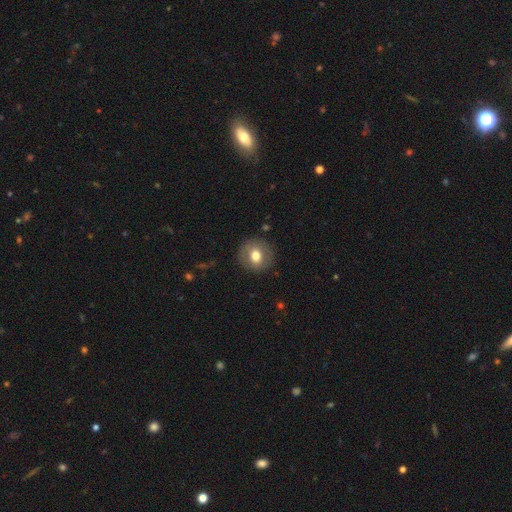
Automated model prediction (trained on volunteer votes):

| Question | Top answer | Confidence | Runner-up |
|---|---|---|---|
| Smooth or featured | smooth | 66% | featured or disk (26%) |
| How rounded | round | 89% | in between (10%) |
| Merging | none | 88% | minor disturbance (8%) |